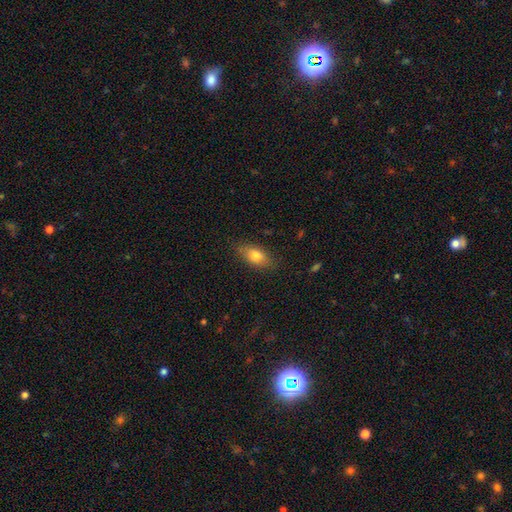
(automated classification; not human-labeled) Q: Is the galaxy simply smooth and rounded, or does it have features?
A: smooth — 78%.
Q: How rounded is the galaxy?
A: in between — 84%.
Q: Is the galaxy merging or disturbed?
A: none — 81%.